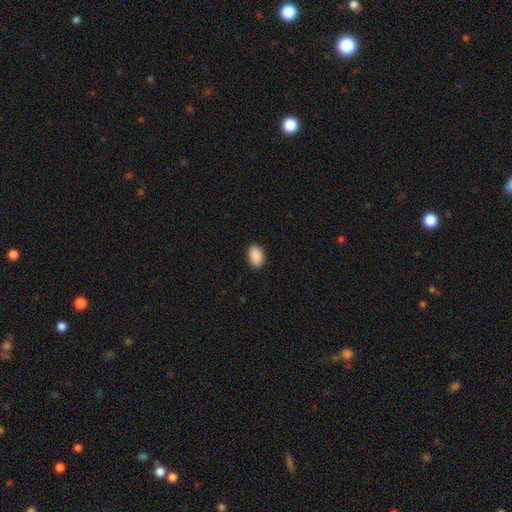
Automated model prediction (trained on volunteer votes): Smooth or featured?
  - smooth: 90% *
  - star or artifact: 7%
  - featured or disk: 3%
How rounded?
  - in between: 86% *
  - round: 13%
  - cigar-shaped: 1%
Merging?
  - none: 89% *
  - minor disturbance: 8%
  - major disturbance: 2%
  - merger: 1%